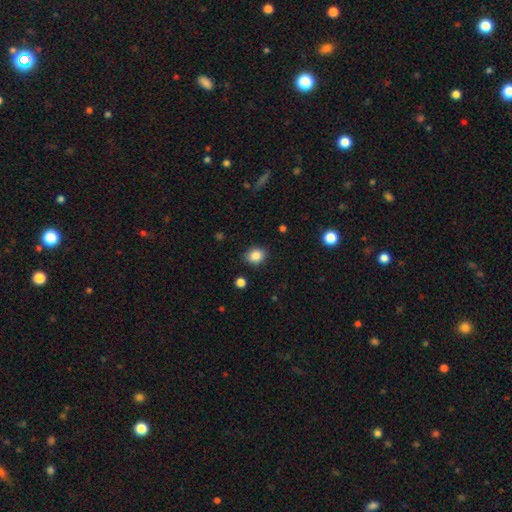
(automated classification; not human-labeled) Smooth or featured?
  - smooth: 86% *
  - star or artifact: 9%
  - featured or disk: 5%
How rounded?
  - round: 53% *
  - in between: 46%
  - cigar-shaped: 1%
Merging?
  - none: 86% *
  - minor disturbance: 10%
  - major disturbance: 3%
  - merger: 1%